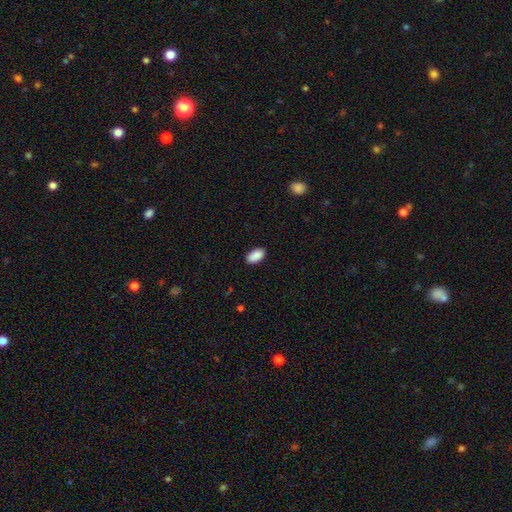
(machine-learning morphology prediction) A smooth galaxy with no disk features (90%) that is in between round and cigar-shaped (95%). Merging: none (88%).